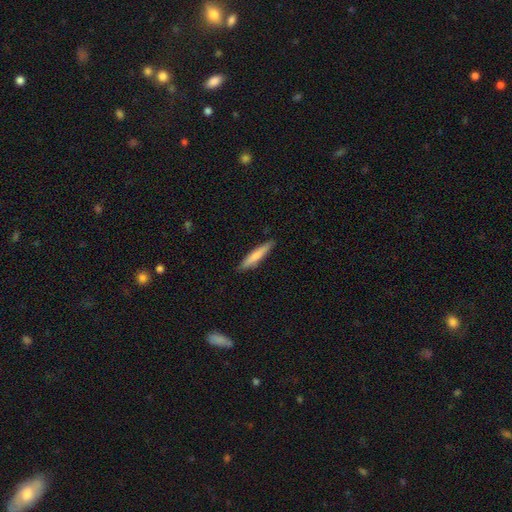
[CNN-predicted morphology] Smooth or featured: smooth — 73% (featured or disk — 22%)
How rounded: cigar-shaped — 90% (in between — 9%)
Merging: none — 88% (minor disturbance — 9%)